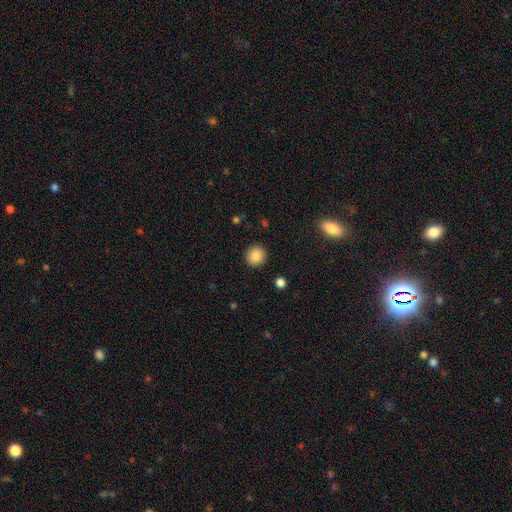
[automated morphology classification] Smooth or featured? smooth (86%)
How rounded? round (90%)
Merging? none (91%)